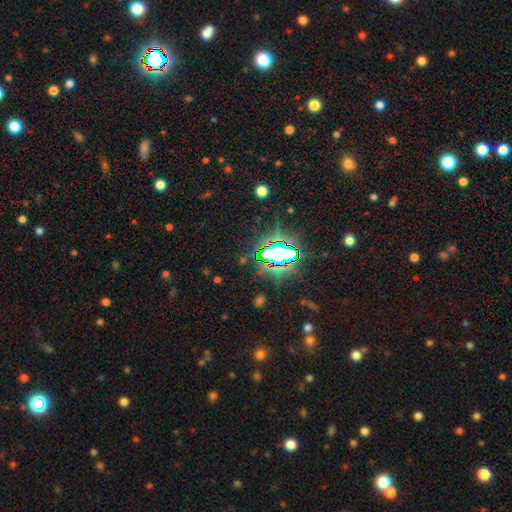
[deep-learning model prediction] star or artifact 81%, smooth 12%, featured or disk 7%.